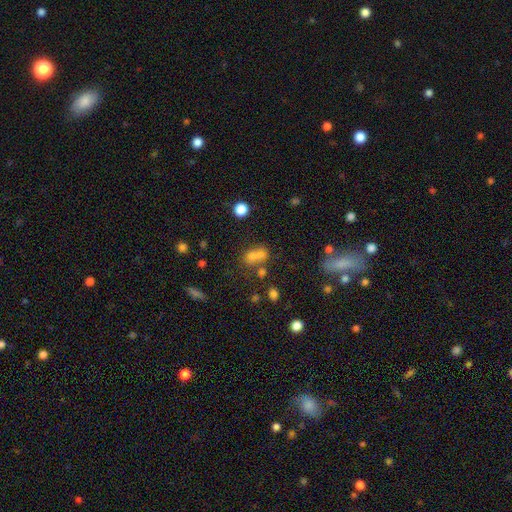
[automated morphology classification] Smooth or featured: smooth — 67% (star or artifact — 18%)
How rounded: in between — 57% (round — 39%)
Merging: merger — 51% (none — 32%)